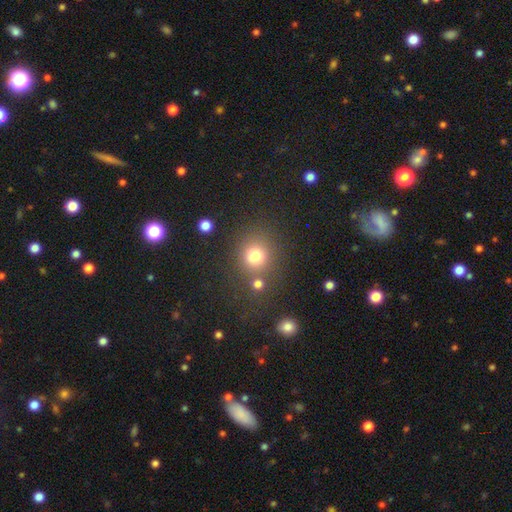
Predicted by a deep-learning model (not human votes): A smooth galaxy with no disk features (77%) that is round (87%). Merging: none (71%).